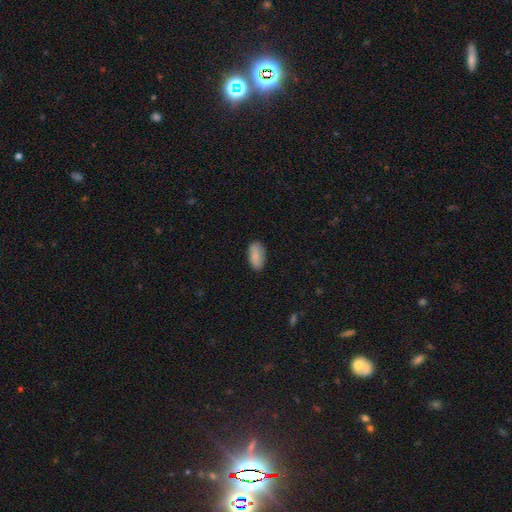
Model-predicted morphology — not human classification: Smooth or featured? smooth (86%)
How rounded? in between (90%)
Merging? none (85%)